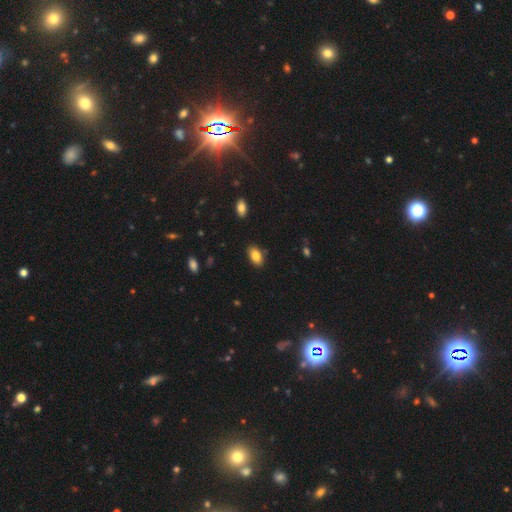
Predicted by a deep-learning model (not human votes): smooth_or_featured: smooth (p=0.84) [alt: featured or disk p=0.08]
how_rounded: in between (p=0.92) [alt: round p=0.06]
merging: none (p=0.84) [alt: minor disturbance p=0.11]